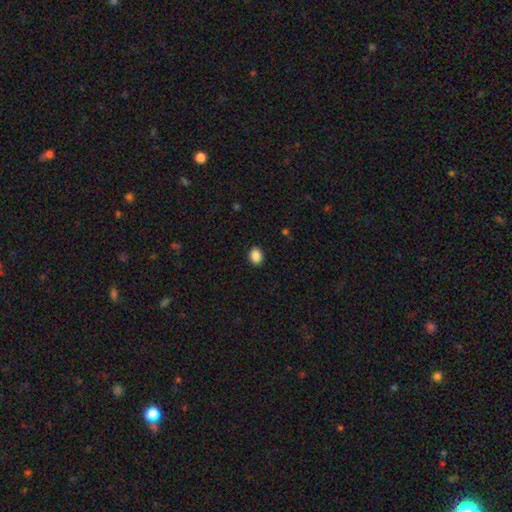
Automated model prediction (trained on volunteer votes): smooth 88%, star or artifact 9%, featured or disk 3%. Down the decision tree: how rounded — round (50%); merging — none (90%).